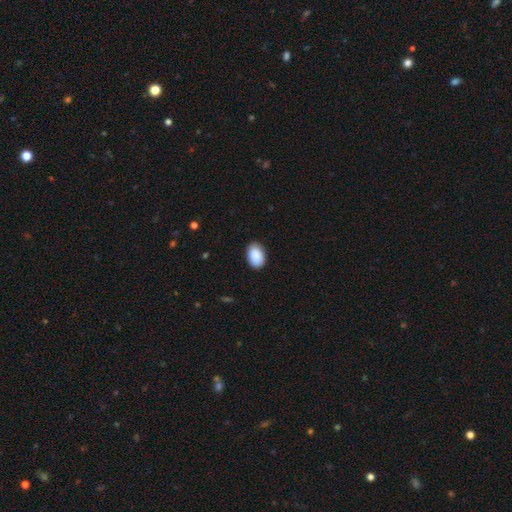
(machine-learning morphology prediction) This is clearly a smooth galaxy (91%). How rounded: clearly in between (91%). Merging: clearly none (87%).